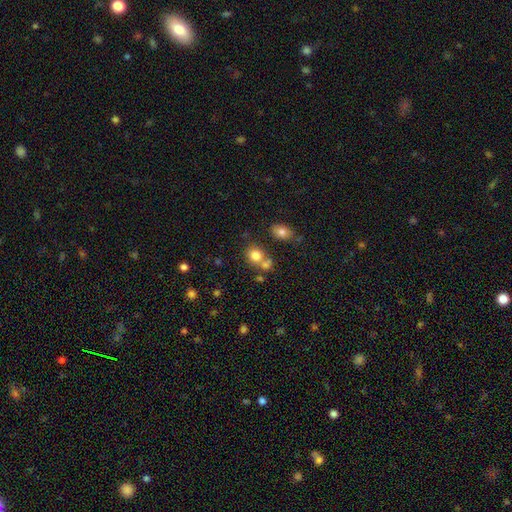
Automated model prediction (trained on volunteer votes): This appears to be a smooth galaxy with no disk features (79%) that is round (73%). Merging: none (54%).